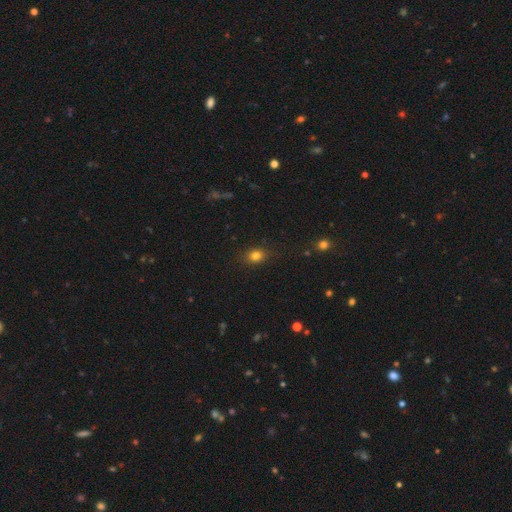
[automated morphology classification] This is clearly a smooth galaxy (80%). How rounded: possibly in between (54%). Merging: clearly none (86%).